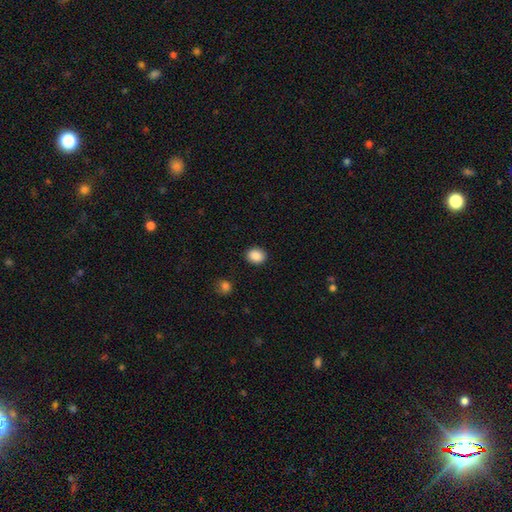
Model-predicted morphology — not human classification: smooth 88%, star or artifact 8%, featured or disk 3%. Down the decision tree: how rounded — round (54%); merging — none (89%).